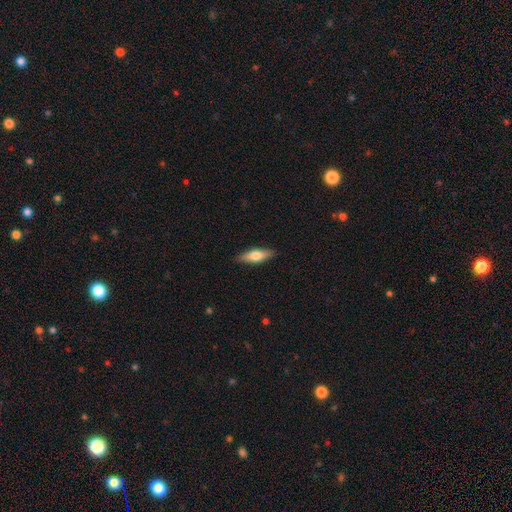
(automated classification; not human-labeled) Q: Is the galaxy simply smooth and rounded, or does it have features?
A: smooth — 60%.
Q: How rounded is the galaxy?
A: in between — 53%.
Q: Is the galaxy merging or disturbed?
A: none — 88%.